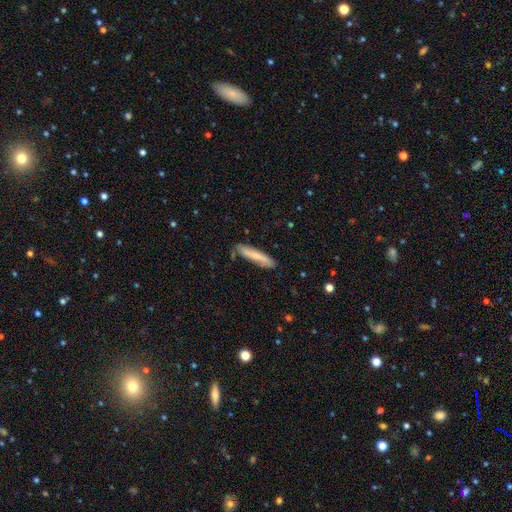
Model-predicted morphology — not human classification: Smooth or featured? smooth (69%)
How rounded? cigar-shaped (89%)
Merging? none (83%)